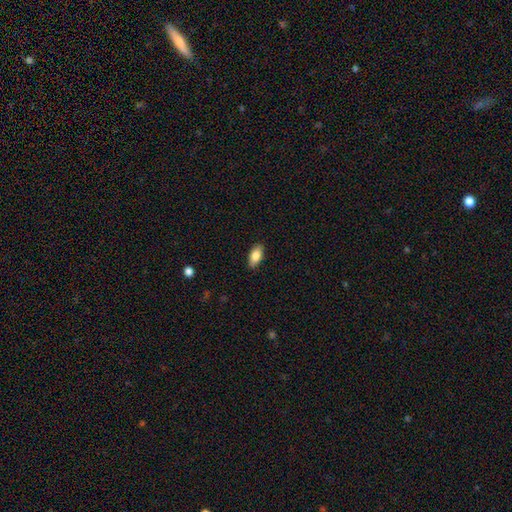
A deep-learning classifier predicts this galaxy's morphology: Smooth or featured?
  - smooth: 84% *
  - featured or disk: 9%
  - star or artifact: 7%
How rounded?
  - in between: 89% *
  - cigar-shaped: 8%
  - round: 3%
Merging?
  - none: 88% *
  - minor disturbance: 9%
  - major disturbance: 2%
  - merger: 1%